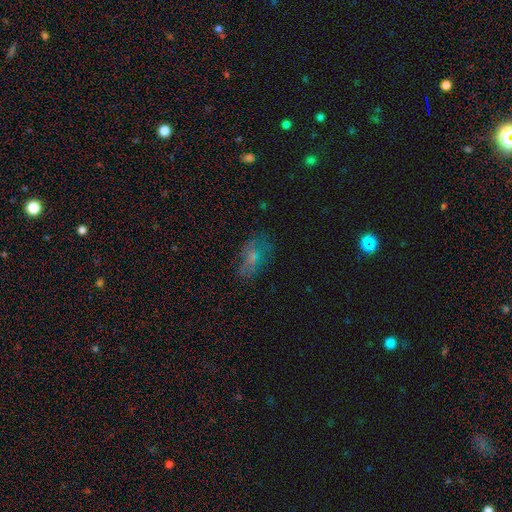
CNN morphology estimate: Smooth or featured? smooth (49%)
Merging? none (54%)